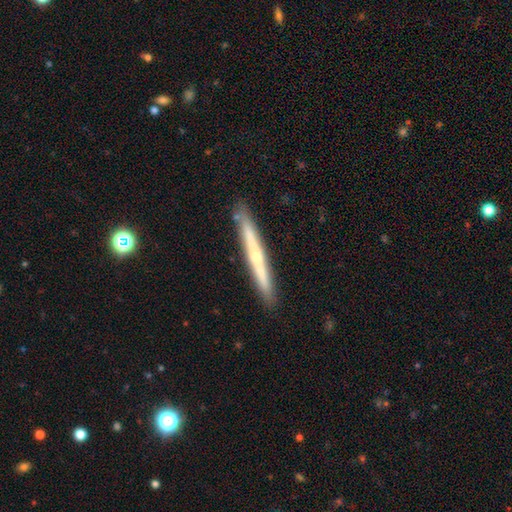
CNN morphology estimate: Smooth or featured?
  - featured or disk: 53% *
  - smooth: 40%
  - star or artifact: 7%
Edge-on disk?
  - yes: 95% *
  - no: 5%
Edge-on bulge?
  - none: 61% *
  - rounded: 34%
  - boxy: 5%
Merging?
  - none: 89% *
  - minor disturbance: 8%
  - major disturbance: 1%
  - merger: 1%